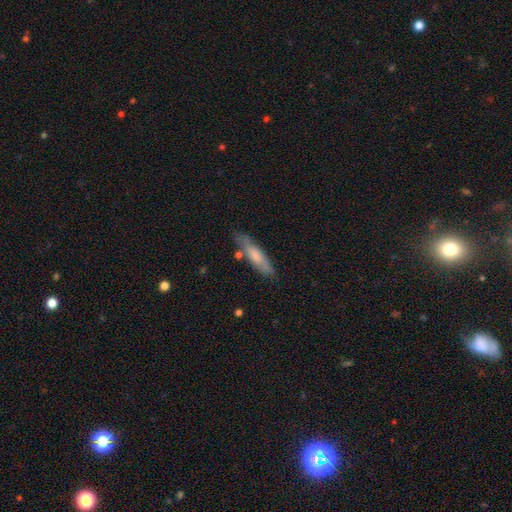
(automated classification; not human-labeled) smooth_or_featured: smooth (p=0.64) [alt: featured or disk p=0.30]
how_rounded: cigar-shaped (p=0.71) [alt: in between p=0.27]
merging: none (p=0.73) [alt: minor disturbance p=0.19]